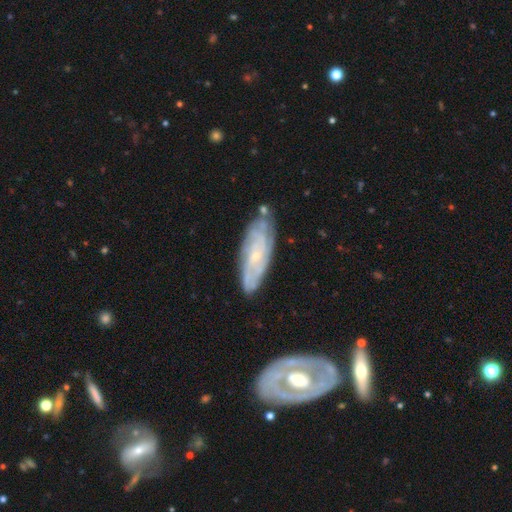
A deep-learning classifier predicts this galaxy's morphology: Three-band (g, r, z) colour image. It shows a featured or disk galaxy (76%) with no bar (70%), tight (64%) spiral arms (90%) and a small central bulge (77%). Merging: none (75%).